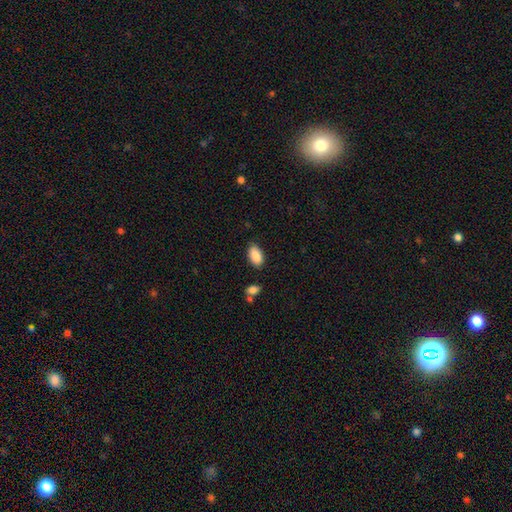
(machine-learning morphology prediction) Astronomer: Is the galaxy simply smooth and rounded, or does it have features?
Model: smooth — 89%.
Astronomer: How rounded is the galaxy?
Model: in between — 94%.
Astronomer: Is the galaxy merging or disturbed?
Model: none — 81%.